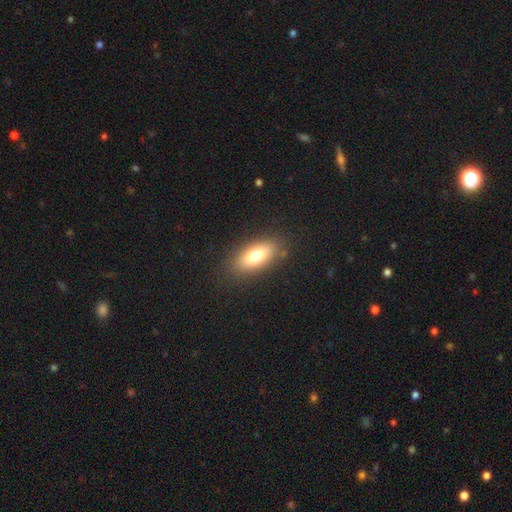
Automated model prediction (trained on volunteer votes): smooth-or-featured: smooth: 74% | featured or disk: 18% | star or artifact: 8%
  how-rounded: in between: 82% | cigar-shaped: 14% | round: 4%
  merging: none: 85% | minor disturbance: 10% | major disturbance: 3% | merger: 1%